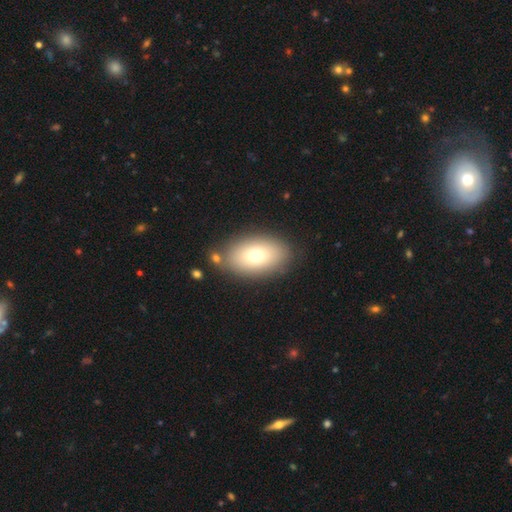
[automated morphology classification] This appears to be a smooth galaxy with no disk features (74%) that is in between round and cigar-shaped (90%). Merging: none (81%).